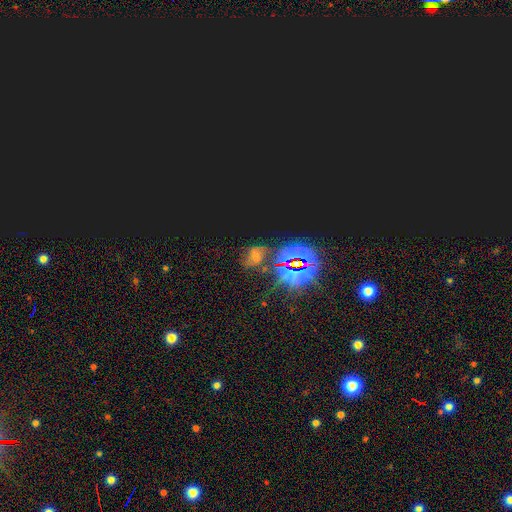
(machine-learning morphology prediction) Smooth or featured?
  - star or artifact: 66% *
  - featured or disk: 20%
  - smooth: 13%